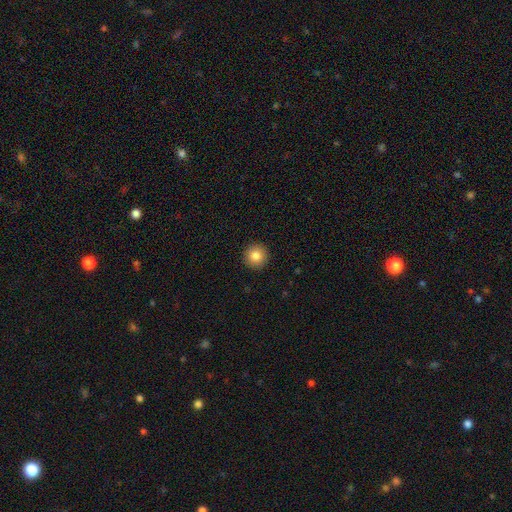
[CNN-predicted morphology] smooth_or_featured: smooth (p=0.84) [alt: star or artifact p=0.09]
how_rounded: round (p=0.95) [alt: in between p=0.04]
merging: none (p=0.93) [alt: minor disturbance p=0.04]